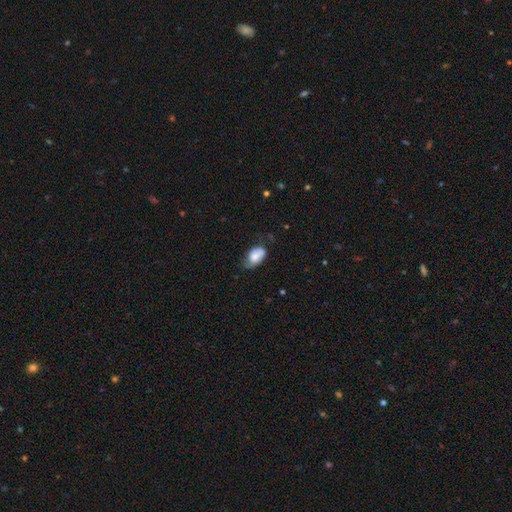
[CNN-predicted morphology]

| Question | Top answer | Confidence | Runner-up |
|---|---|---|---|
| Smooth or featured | smooth | 69% | featured or disk (24%) |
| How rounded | in between | 91% | round (7%) |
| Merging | none | 49% | minor disturbance (37%) |